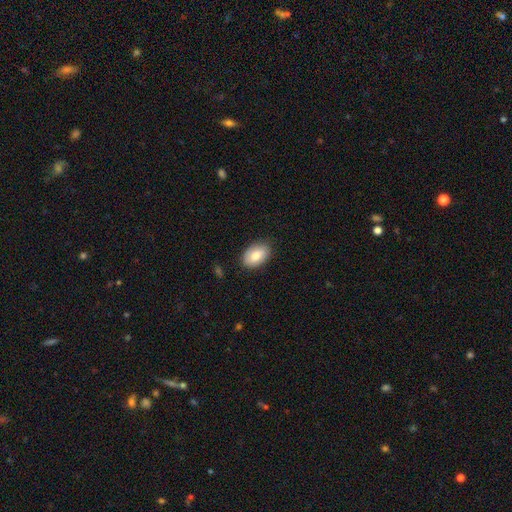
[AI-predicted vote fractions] Q: Smooth or featured?
A: smooth (80%); runner-up: featured or disk (13%)
Q: How rounded?
A: in between (91%); runner-up: round (8%)
Q: Merging?
A: none (83%); runner-up: minor disturbance (14%)